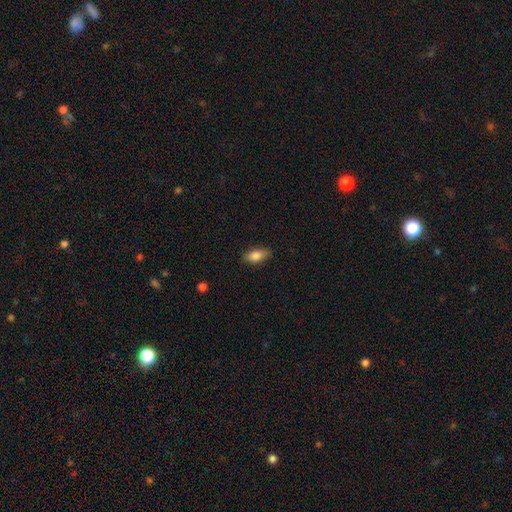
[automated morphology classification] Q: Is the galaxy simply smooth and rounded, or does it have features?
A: smooth — 84%.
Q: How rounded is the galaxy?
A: in between — 88%.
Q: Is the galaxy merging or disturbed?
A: none — 84%.